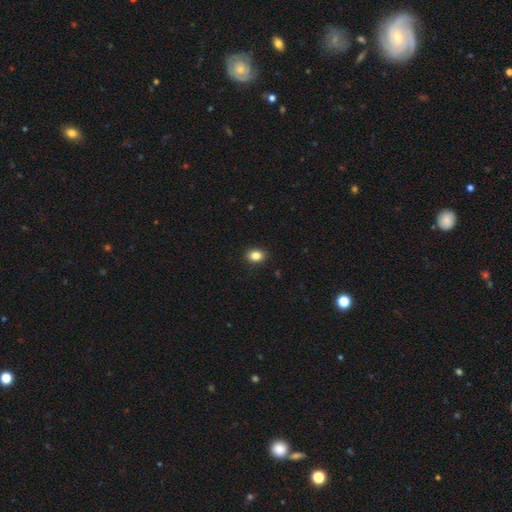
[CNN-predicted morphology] Q: Smooth or featured?
A: smooth (86%); runner-up: star or artifact (10%)
Q: How rounded?
A: in between (66%); runner-up: round (33%)
Q: Merging?
A: none (90%); runner-up: minor disturbance (8%)